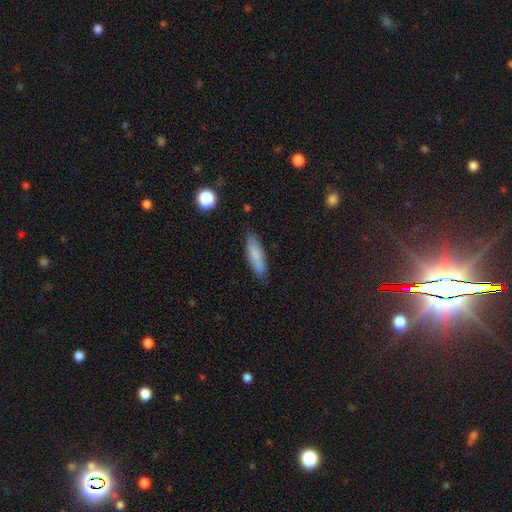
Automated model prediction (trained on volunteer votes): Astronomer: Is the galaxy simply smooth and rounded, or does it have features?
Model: smooth — 80%.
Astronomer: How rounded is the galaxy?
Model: cigar-shaped — 63%.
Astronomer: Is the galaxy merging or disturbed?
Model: none — 84%.